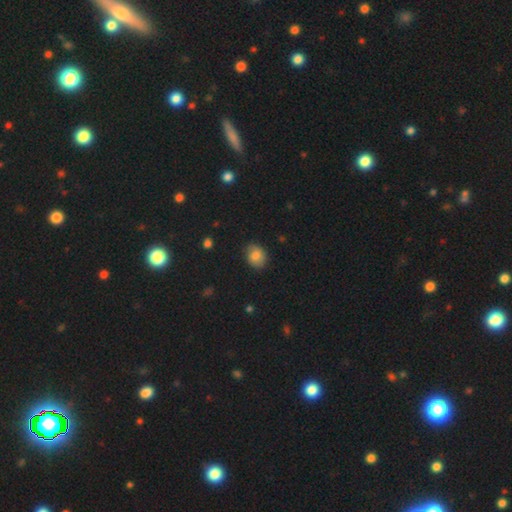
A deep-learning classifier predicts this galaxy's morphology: Overall: smooth (74%). How rounded: in between (51%; round 48%). Merging: none (79%).